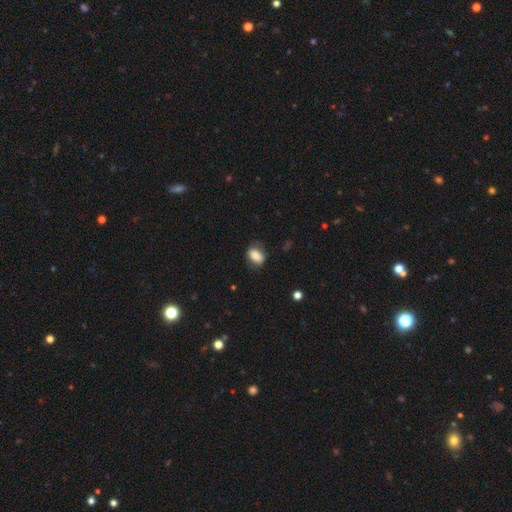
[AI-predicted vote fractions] This is clearly a smooth galaxy (82%). How rounded: clearly in between (82%). Merging: likely none (71%).